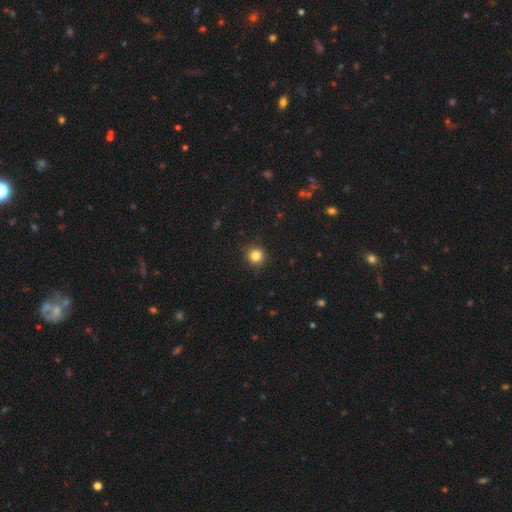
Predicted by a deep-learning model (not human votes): smooth_or_featured: smooth (p=0.84) [alt: star or artifact p=0.12]
how_rounded: round (p=0.93) [alt: in between p=0.06]
merging: none (p=0.89) [alt: minor disturbance p=0.08]